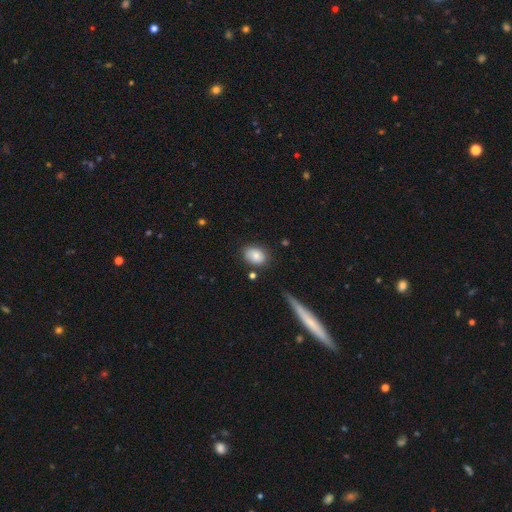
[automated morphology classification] smooth-or-featured: smooth: 83% | featured or disk: 9% | star or artifact: 8%
  how-rounded: in between: 69% | round: 29% | cigar-shaped: 2%
  merging: none: 78% | minor disturbance: 14% | merger: 4% | major disturbance: 4%